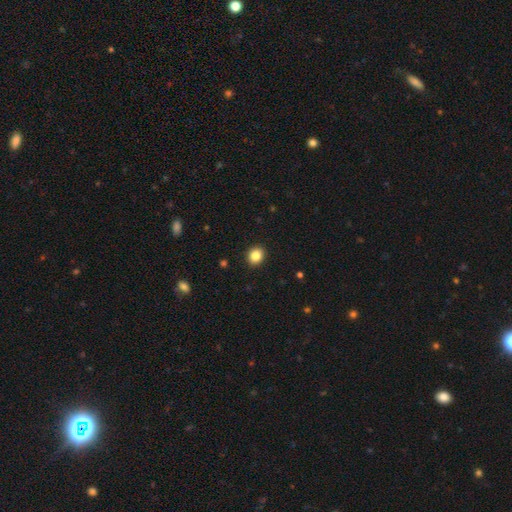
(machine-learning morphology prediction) Smooth or featured? Predicted: smooth (p=0.85). How rounded? Predicted: round (p=0.67). Merging? Predicted: none (p=0.92).